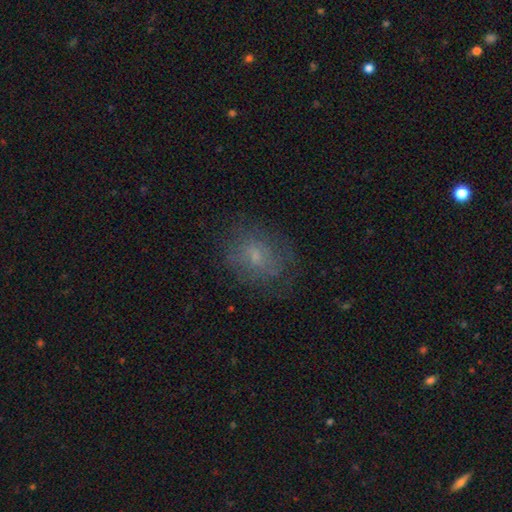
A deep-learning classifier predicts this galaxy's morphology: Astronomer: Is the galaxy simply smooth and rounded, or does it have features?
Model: smooth — 56%.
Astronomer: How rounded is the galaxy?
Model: in between — 52% (runner-up: round, 47%).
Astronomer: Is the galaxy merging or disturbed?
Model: none — 69%.